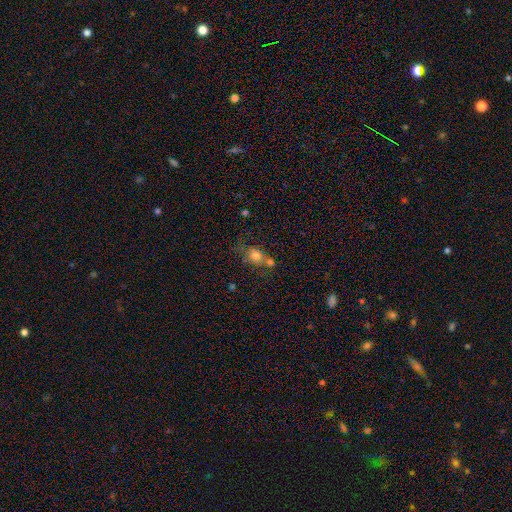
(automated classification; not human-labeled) Q: Smooth or featured?
A: smooth (76%); runner-up: featured or disk (13%)
Q: How rounded?
A: round (59%); runner-up: in between (39%)
Q: Merging?
A: none (41%); runner-up: merger (36%)